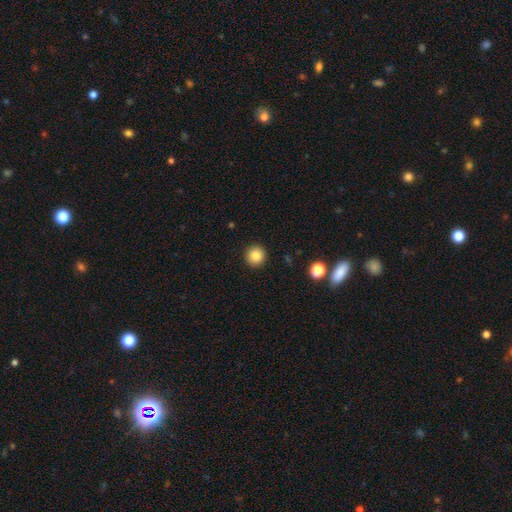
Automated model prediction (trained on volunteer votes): A smooth galaxy with no disk features (85%) that is round (94%).

Vote fractions:
- Smooth or featured? smooth: 85% / star or artifact: 10% / featured or disk: 4%
- How rounded? round: 94% / in between: 5% / cigar-shaped: 1%
- Merging? none: 92% / minor disturbance: 5% / major disturbance: 2% / merger: 1%